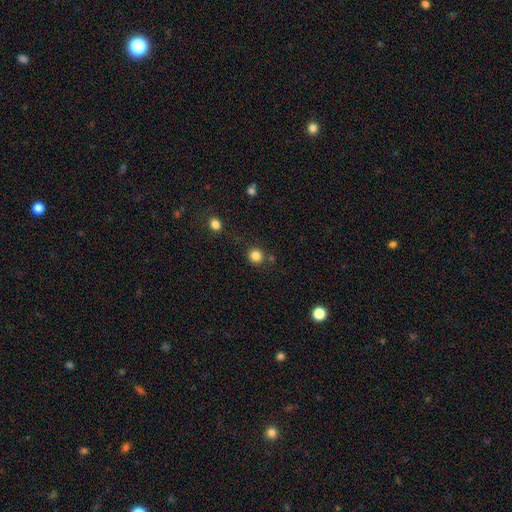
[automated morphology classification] Smooth or featured: smooth — 84% (star or artifact — 12%)
How rounded: round — 91% (in between — 8%)
Merging: none — 84% (minor disturbance — 8%)